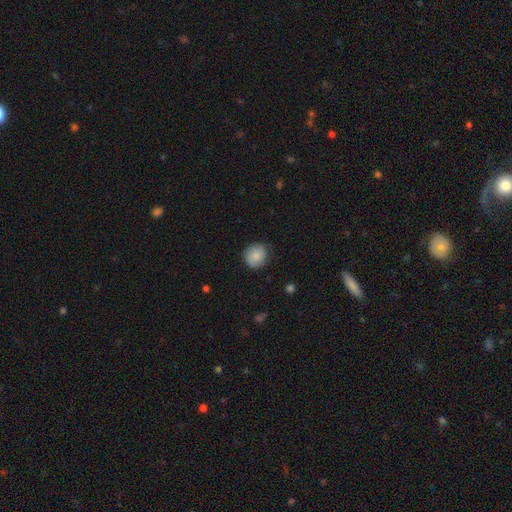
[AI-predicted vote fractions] Morphology: type=smooth (84%); roundness=round (85%); merging=none (81%).